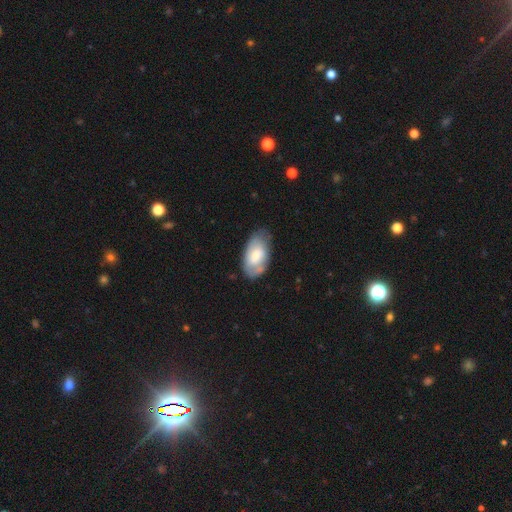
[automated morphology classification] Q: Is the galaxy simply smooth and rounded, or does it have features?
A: smooth — 60%.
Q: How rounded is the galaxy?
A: in between — 94%.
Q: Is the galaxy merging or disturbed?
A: none — 63%.